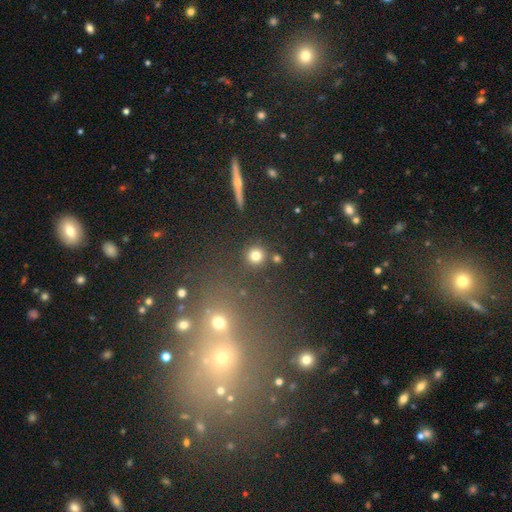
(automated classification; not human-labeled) Overall: smooth (80%). How rounded: round (94%). Merging: none (85%).